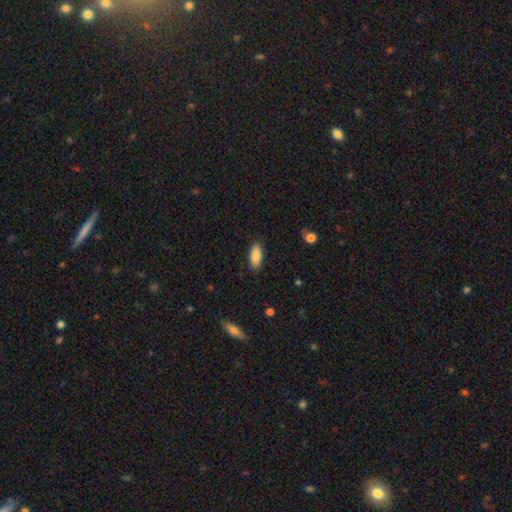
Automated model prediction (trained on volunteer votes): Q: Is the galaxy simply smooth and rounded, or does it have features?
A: smooth — 85%.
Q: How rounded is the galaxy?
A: in between — 85%.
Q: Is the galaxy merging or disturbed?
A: none — 88%.